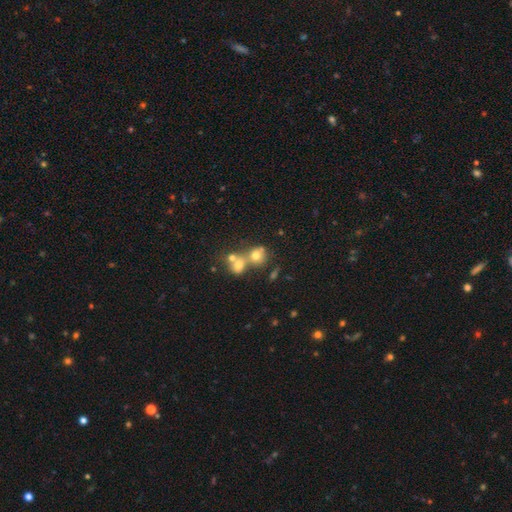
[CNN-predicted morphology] Q: Smooth or featured?
A: smooth (65%); runner-up: star or artifact (18%)
Q: How rounded?
A: round (77%); runner-up: in between (21%)
Q: Merging?
A: merger (51%); runner-up: none (37%)